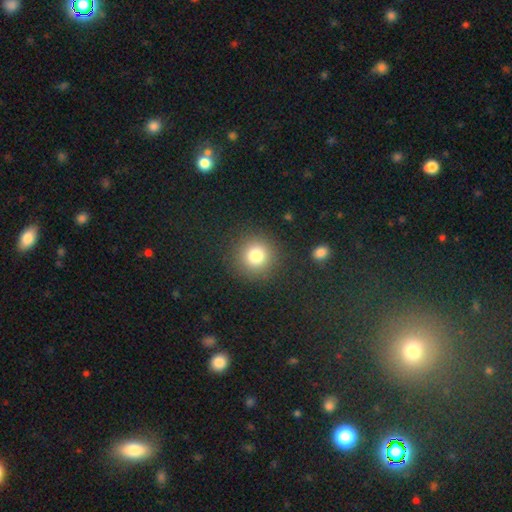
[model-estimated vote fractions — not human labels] smooth-or-featured: smooth: 80% | star or artifact: 13% | featured or disk: 8%
  how-rounded: round: 93% | in between: 6% | cigar-shaped: 1%
  merging: none: 89% | minor disturbance: 6% | major disturbance: 3% | merger: 2%